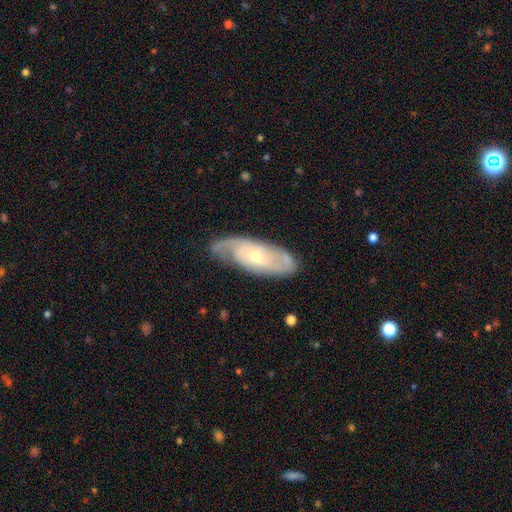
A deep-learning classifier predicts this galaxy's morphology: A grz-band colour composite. It shows a featured or disk galaxy (76%) with no bar (58%), 2 (53%) tight (43%) spiral arms (92%) and a moderate central bulge (51%). Merging: none (71%).